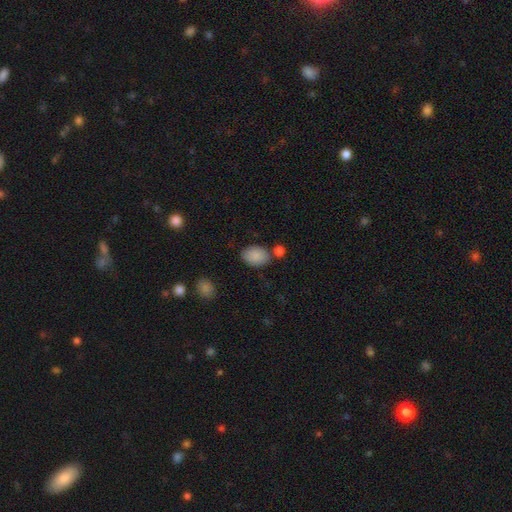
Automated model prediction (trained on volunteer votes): Smooth or featured? Predicted: smooth (p=0.88). How rounded? Predicted: in between (p=0.83). Merging? Predicted: none (p=0.74).